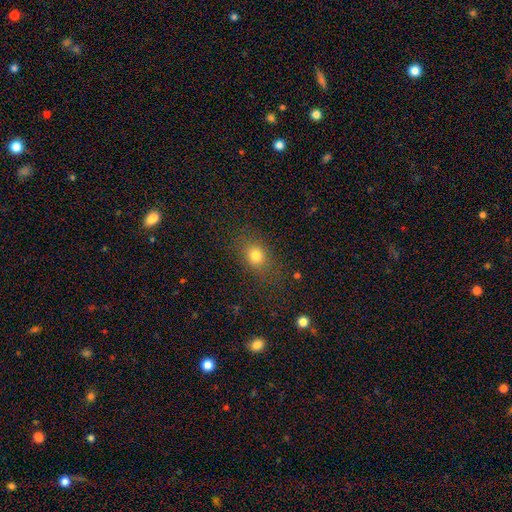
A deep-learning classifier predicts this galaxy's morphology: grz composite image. It shows a smooth galaxy with no disk features (77%) that is in between round and cigar-shaped (52%). Merging: none (79%).